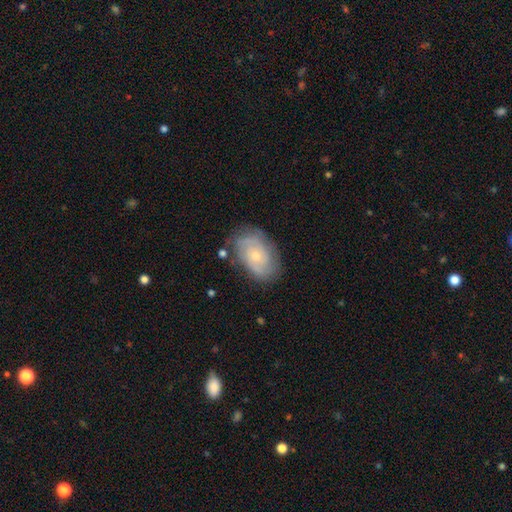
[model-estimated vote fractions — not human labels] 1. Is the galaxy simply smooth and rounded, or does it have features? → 69% featured or disk, 24% smooth, 7% star or artifact.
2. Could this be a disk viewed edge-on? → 96% no, 4% yes.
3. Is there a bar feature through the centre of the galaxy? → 77% no, 20% weak, 3% strong.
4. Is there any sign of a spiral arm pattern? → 87% yes, 13% no.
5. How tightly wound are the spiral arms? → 58% tight, 32% medium, 10% loose.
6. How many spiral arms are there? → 40% can't tell, 35% 2, 13% 3, 5% 4, 4% 1, 3% more than 4.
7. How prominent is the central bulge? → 64% small, 32% moderate, 2% none, 2% large, 1% dominant.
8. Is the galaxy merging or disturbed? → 72% none, 20% minor disturbance, 6% major disturbance, 2% merger.